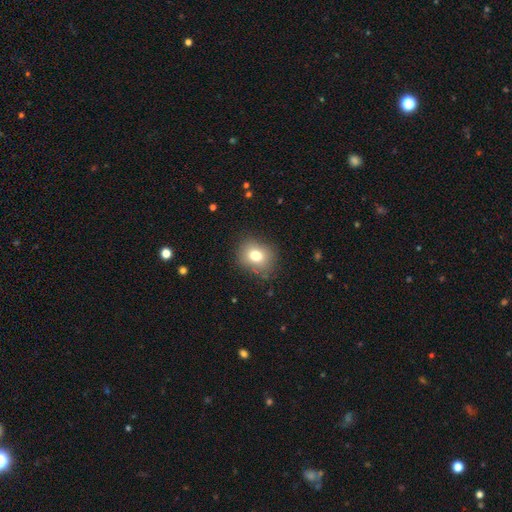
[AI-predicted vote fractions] smooth-or-featured: smooth: 76% | featured or disk: 12% | star or artifact: 12%
  how-rounded: round: 64% | in between: 35% | cigar-shaped: 1%
  merging: none: 82% | minor disturbance: 12% | major disturbance: 4% | merger: 1%